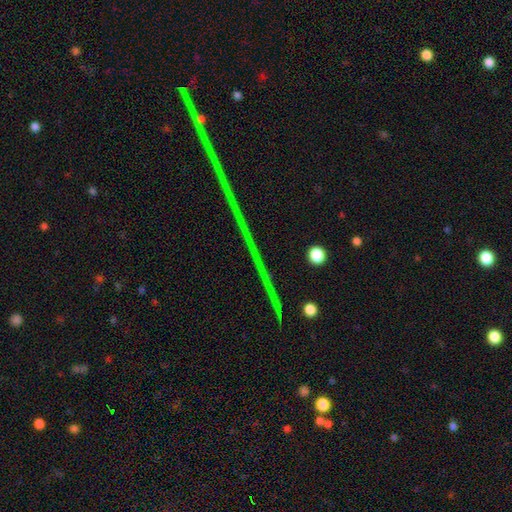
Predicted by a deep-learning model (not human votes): Smooth or featured?
  - star or artifact: 81% *
  - featured or disk: 12%
  - smooth: 7%